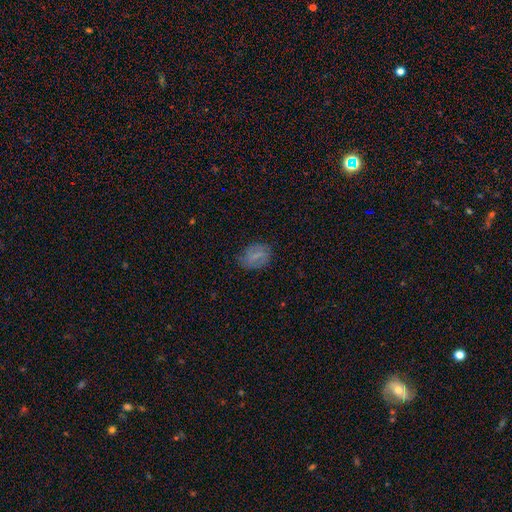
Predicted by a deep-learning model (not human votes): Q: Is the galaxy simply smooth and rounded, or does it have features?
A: smooth — 55%.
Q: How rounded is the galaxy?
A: in between — 64%.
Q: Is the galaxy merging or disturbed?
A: none — 72%.